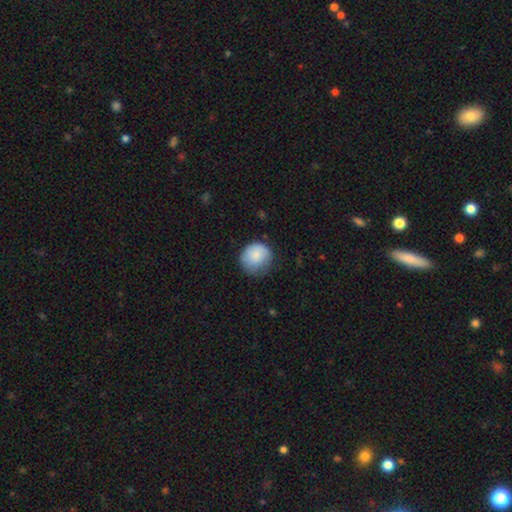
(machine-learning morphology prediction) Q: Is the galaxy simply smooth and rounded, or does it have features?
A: smooth — 84%.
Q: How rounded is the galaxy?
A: round — 87%.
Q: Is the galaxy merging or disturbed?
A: none — 63%.